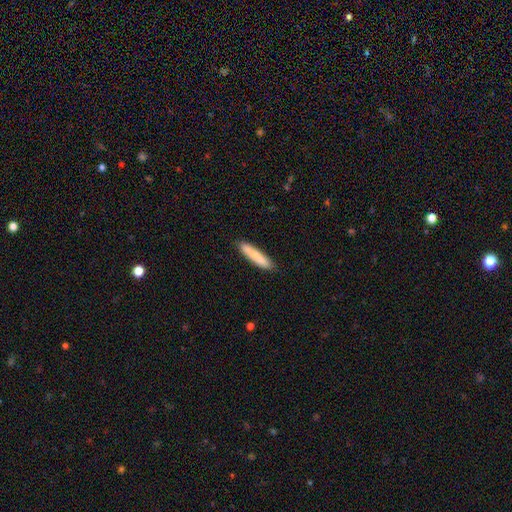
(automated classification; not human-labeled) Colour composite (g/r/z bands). It shows a smooth galaxy with no disk features (76%) that is cigar-shaped (88%). Merging: none (87%).